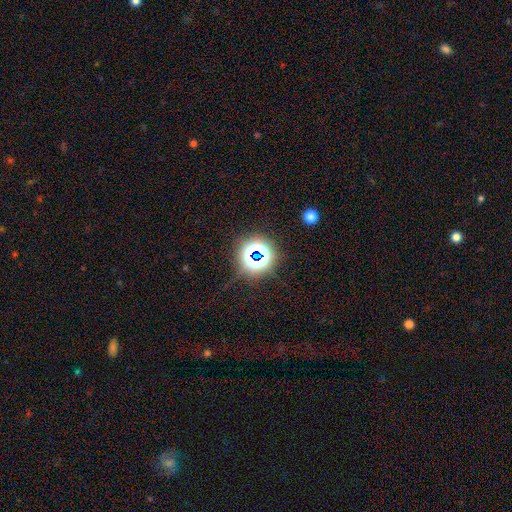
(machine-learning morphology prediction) The model was most divided on "smooth or featured": star or artifact: 69%, smooth: 22%, featured or disk: 9%.